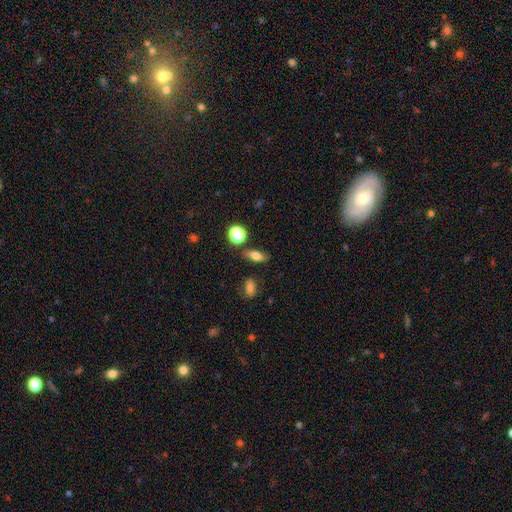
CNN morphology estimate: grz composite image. It shows a smooth galaxy with no disk features (68%) that is in between round and cigar-shaped (65%). Merging: none (79%).